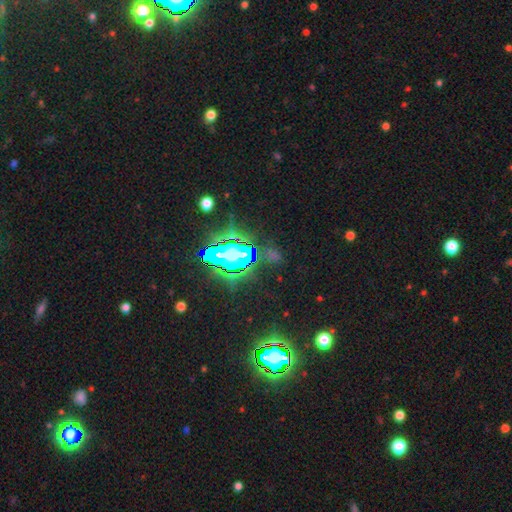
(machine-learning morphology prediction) Overall: star or artifact (79%).